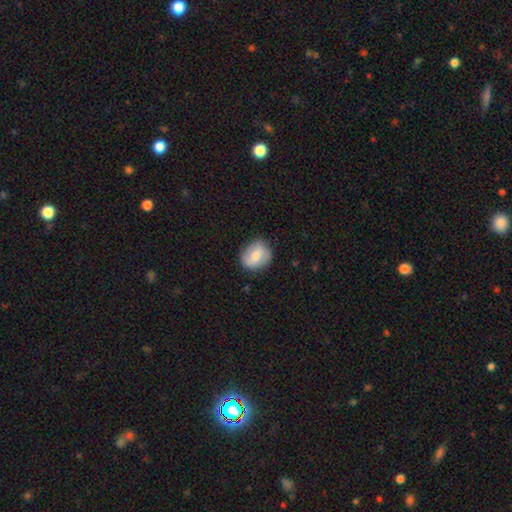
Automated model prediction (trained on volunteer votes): Q: Smooth or featured?
A: smooth (59%); runner-up: featured or disk (34%)
Q: How rounded?
A: round (66%); runner-up: in between (33%)
Q: Merging?
A: none (82%); runner-up: minor disturbance (13%)